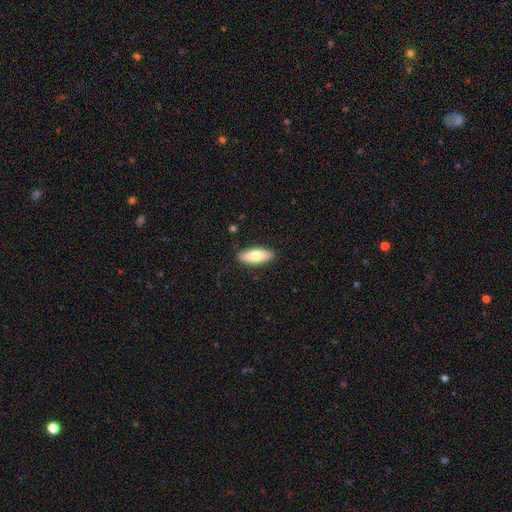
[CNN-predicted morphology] type=smooth (74%); roundness=in between (73%); merging=none (89%).